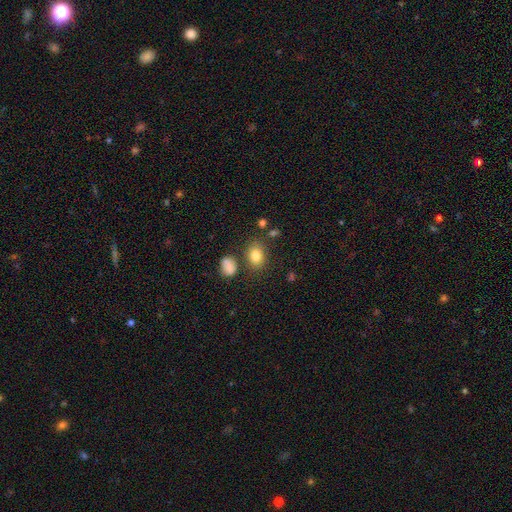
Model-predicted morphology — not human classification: Overall: smooth (81%). How rounded: in between (68%; round 31%). Merging: none (77%).